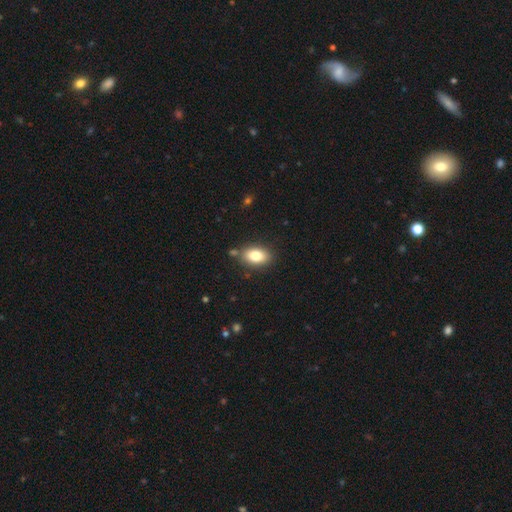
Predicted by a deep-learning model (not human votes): Overall: smooth (83%). How rounded: in between (89%). Merging: none (82%).